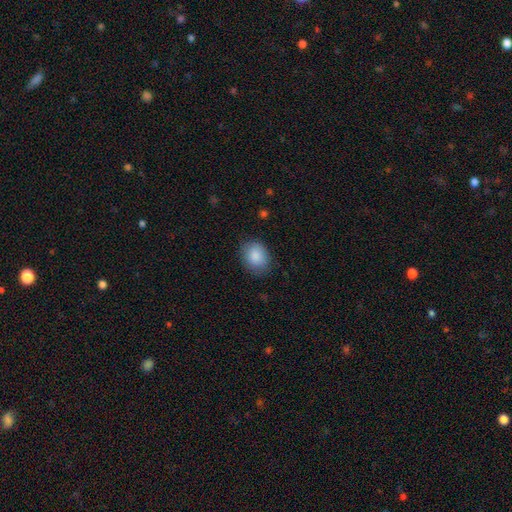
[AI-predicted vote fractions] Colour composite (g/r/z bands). It shows a smooth galaxy with no disk features (87%) that is in between round and cigar-shaped (62%). Merging: none (80%).